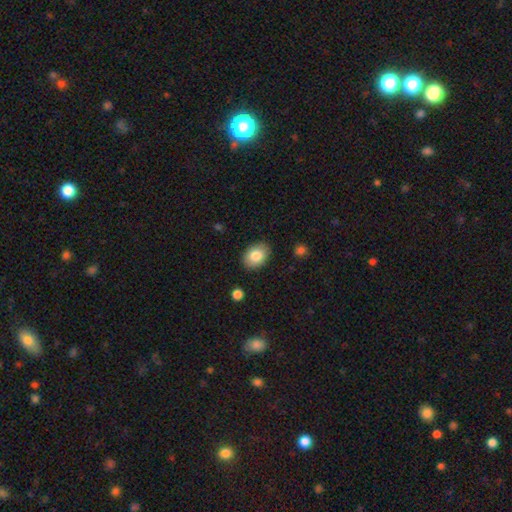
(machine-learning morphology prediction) Overall: smooth (83%). How rounded: in between (76%). Merging: none (87%).